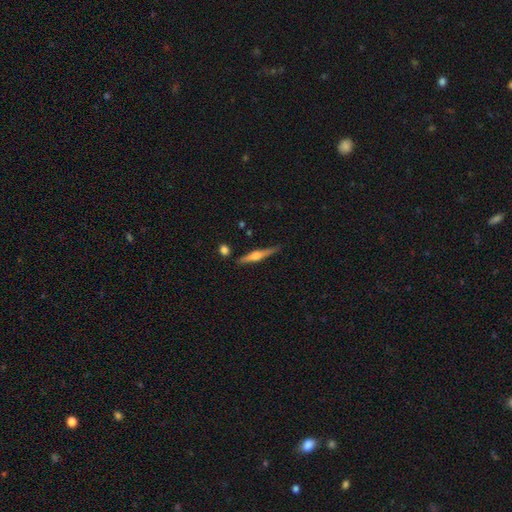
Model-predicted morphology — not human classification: type=featured or disk (67%); edge-on=yes (98%); edge-on bulge=rounded (86%); merging=none (85%).